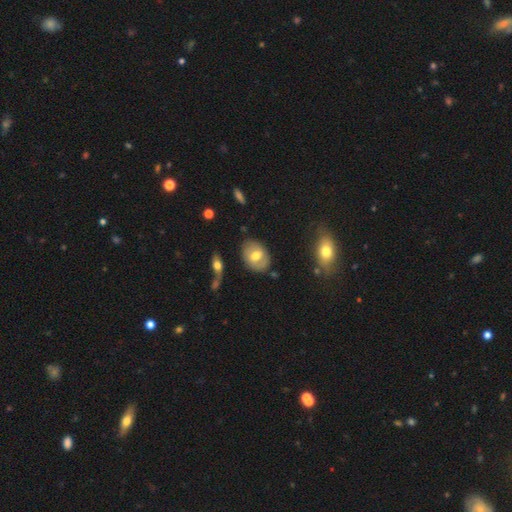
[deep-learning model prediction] Morphology: type=smooth (55%); roundness=in between (69%); merging=none (77%).